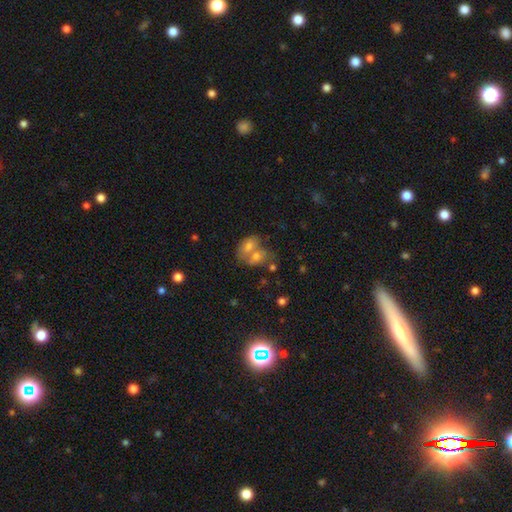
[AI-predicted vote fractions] Smooth or featured?
  - smooth: 56% *
  - featured or disk: 26%
  - star or artifact: 18%
How rounded?
  - in between: 64% *
  - round: 33%
  - cigar-shaped: 3%
Merging?
  - merger: 64% *
  - none: 24%
  - minor disturbance: 7%
  - major disturbance: 4%